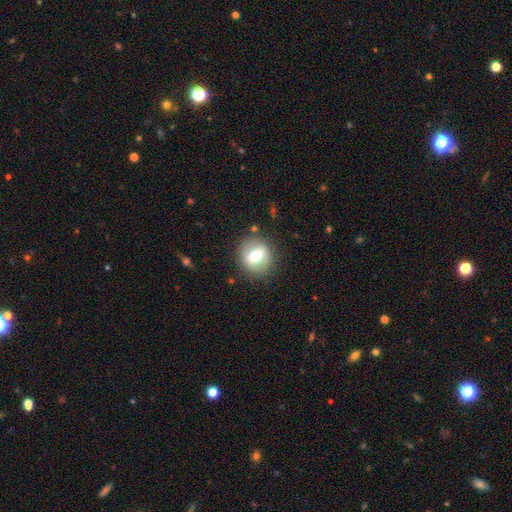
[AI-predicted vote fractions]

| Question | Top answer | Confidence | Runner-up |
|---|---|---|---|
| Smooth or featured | smooth | 55% | featured or disk (37%) |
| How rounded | round | 79% | in between (19%) |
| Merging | none | 84% | minor disturbance (10%) |